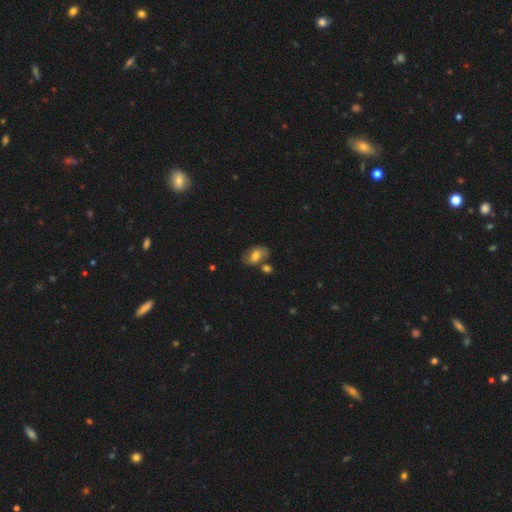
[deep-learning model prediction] Overall: smooth (57%; featured or disk 34%). How rounded: in between (85%). Merging: none (62%).